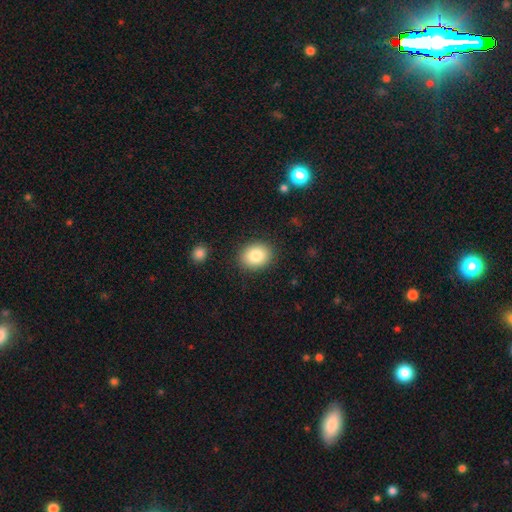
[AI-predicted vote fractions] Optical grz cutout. It shows a smooth galaxy with no disk features (84%) that is round (55%). Merging: none (89%).